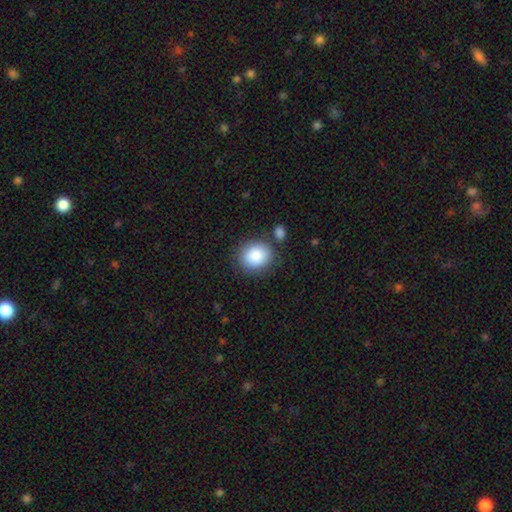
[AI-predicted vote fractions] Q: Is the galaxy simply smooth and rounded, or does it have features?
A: smooth — 86%.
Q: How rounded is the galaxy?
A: round — 77%.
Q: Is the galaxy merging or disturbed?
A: none — 77%.